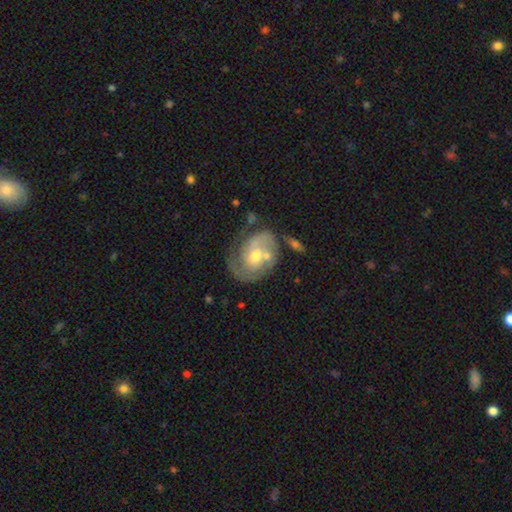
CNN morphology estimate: Overall: featured or disk (74%). Edge-on disk: no (97%). Bar: no (68%). Spiral arms: yes (86%). Spiral arm count: 2 (52%; 1 21%). Spiral winding: tight (43%; medium 39%). Bulge size: moderate (63%; small 31%). Merging: none (47%; minor disturbance 21%).